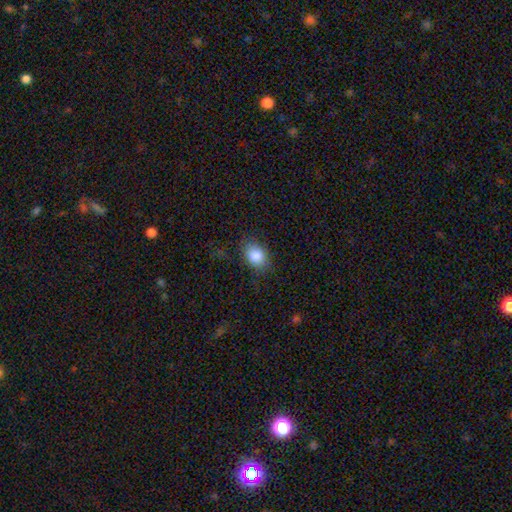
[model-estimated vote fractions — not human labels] Smooth or featured? Predicted: smooth (p=0.85). How rounded? Predicted: in between (p=0.67). Merging? Predicted: none (p=0.76).